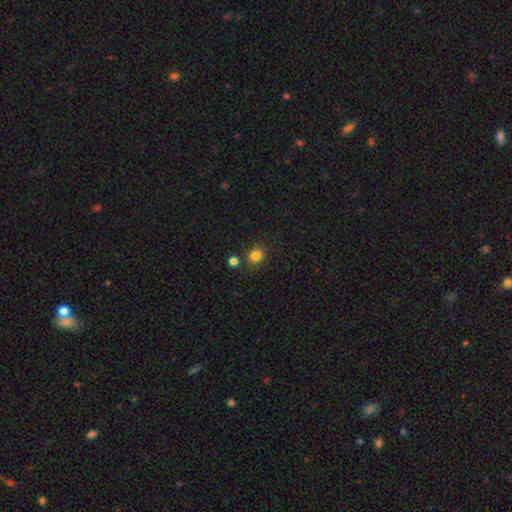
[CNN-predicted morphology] smooth-or-featured: smooth: 82% | star or artifact: 13% | featured or disk: 5%
  how-rounded: round: 74% | in between: 25% | cigar-shaped: 1%
  merging: none: 80% | minor disturbance: 9% | merger: 9% | major disturbance: 3%